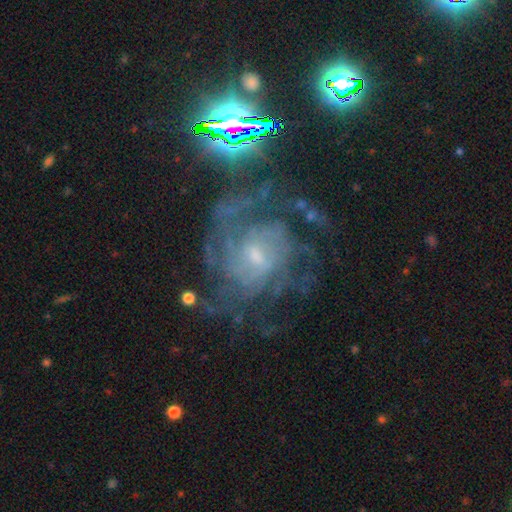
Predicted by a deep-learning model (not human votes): smooth-or-featured: featured or disk: 79% | star or artifact: 14% | smooth: 8%
  disk-edge-on: no: 97% | yes: 3%
    bar: no: 46% | weak: 45% | strong: 9%
    has-spiral-arms: yes: 92% | no: 8%
      spiral-winding: tight: 50% | medium: 38% | loose: 12%
      spiral-arm-count: can't tell: 41% | 3: 17% | 2: 15% | 4: 13% | more than 4: 8% | 1: 6%
    bulge-size: small: 58% | moderate: 31% | none: 7% | large: 3% | dominant: 1%
  merging: none: 60% | major disturbance: 20% | minor disturbance: 17% | merger: 3%